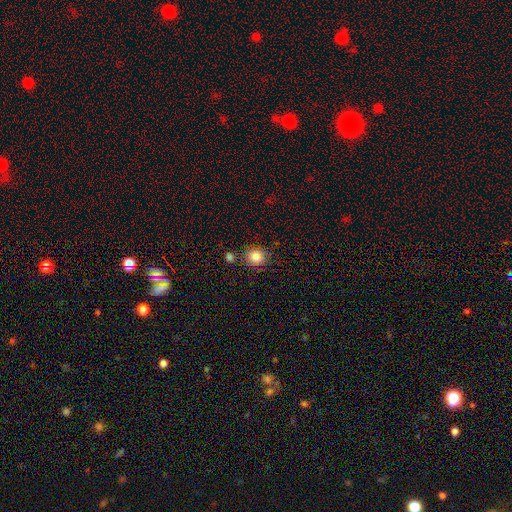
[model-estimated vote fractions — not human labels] Smooth or featured? Predicted: smooth (p=0.85). How rounded? Predicted: round (p=0.86). Merging? Predicted: none (p=0.78).